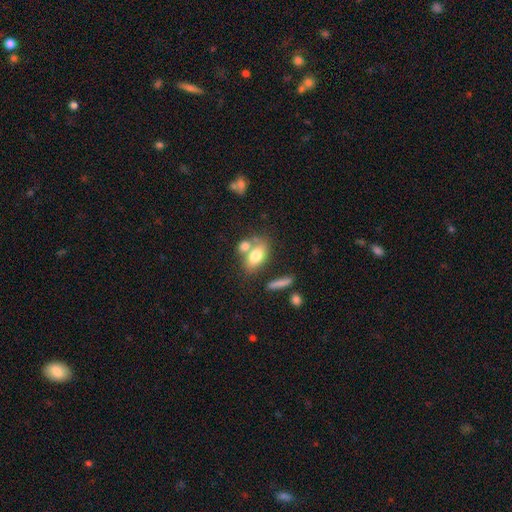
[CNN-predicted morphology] Smooth or featured? Predicted: smooth (p=0.73). How rounded? Predicted: in between (p=0.82). Merging? Predicted: none (p=0.46).